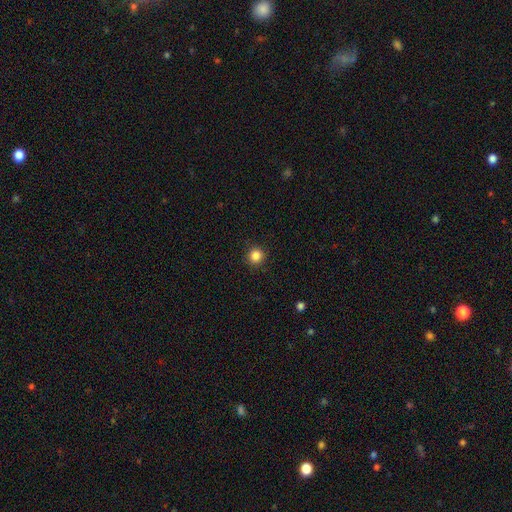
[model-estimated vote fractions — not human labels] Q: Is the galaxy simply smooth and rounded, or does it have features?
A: smooth — 85%.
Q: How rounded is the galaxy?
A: round — 94%.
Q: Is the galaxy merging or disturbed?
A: none — 92%.